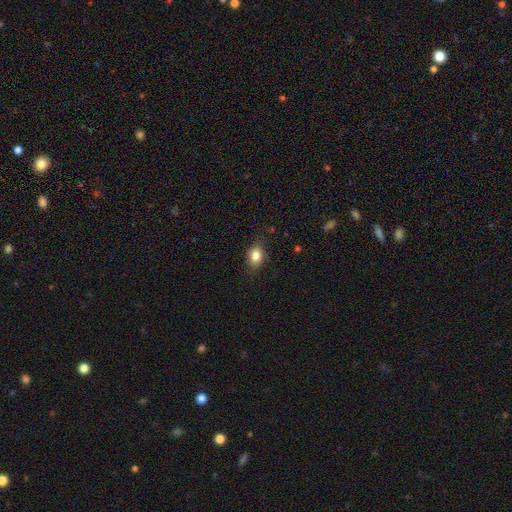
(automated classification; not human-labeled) This appears to be a smooth galaxy with no disk features (84%) that is in between round and cigar-shaped (69%). Merging: none (80%).